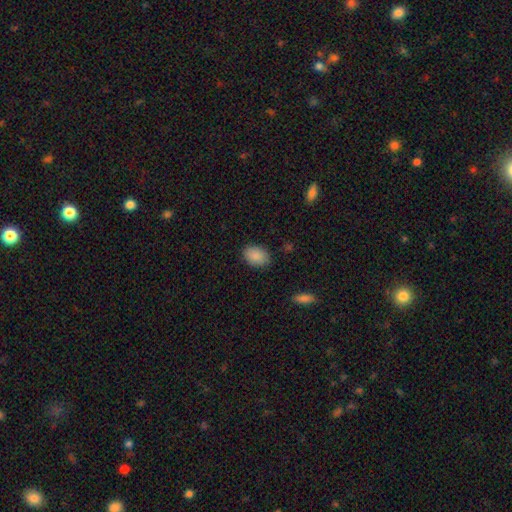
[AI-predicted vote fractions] This is clearly a smooth galaxy (89%). How rounded: clearly in between (83%). Merging: clearly none (85%).